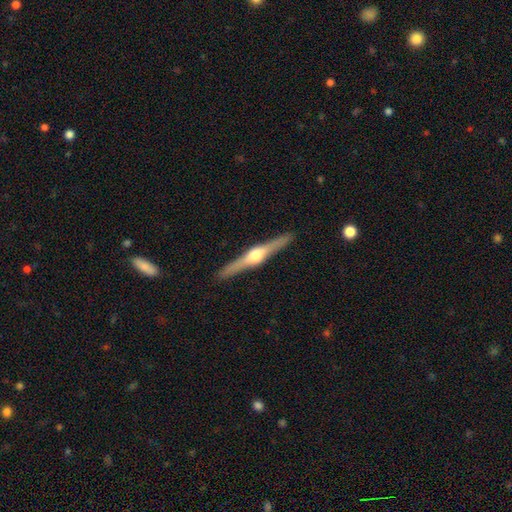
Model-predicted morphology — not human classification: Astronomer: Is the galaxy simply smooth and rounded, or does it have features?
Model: featured or disk — 80%.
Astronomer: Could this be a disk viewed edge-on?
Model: yes — 98%.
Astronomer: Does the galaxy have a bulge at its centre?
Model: rounded — 94%.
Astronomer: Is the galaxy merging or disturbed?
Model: none — 92%.